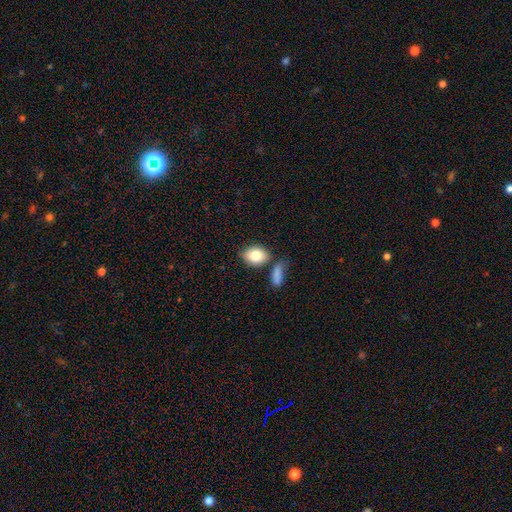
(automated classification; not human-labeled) smooth-or-featured: smooth: 81% | featured or disk: 12% | star or artifact: 7%
  how-rounded: in between: 74% | round: 24% | cigar-shaped: 2%
  merging: none: 63% | merger: 16% | minor disturbance: 16% | major disturbance: 5%